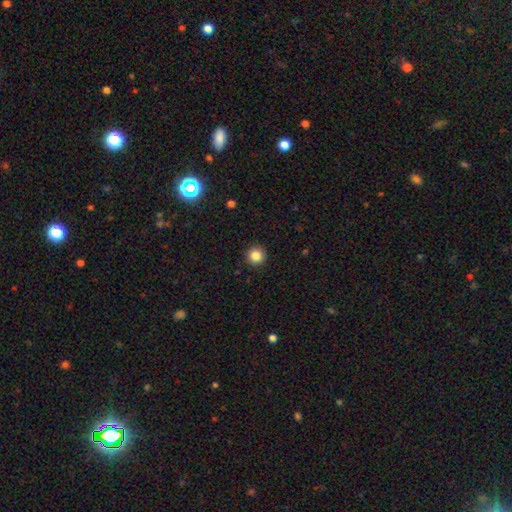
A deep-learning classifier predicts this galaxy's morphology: Smooth or featured?
  - smooth: 85% *
  - star or artifact: 11%
  - featured or disk: 5%
How rounded?
  - round: 96% *
  - in between: 3%
  - cigar-shaped: 1%
Merging?
  - none: 93% *
  - minor disturbance: 4%
  - major disturbance: 2%
  - merger: 1%